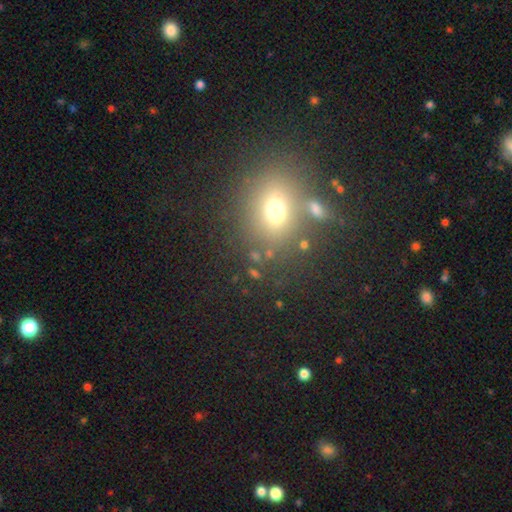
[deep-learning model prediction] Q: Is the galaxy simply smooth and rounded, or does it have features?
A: smooth — 64%.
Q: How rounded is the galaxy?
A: round — 54%.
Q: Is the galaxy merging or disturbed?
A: none — 70%.